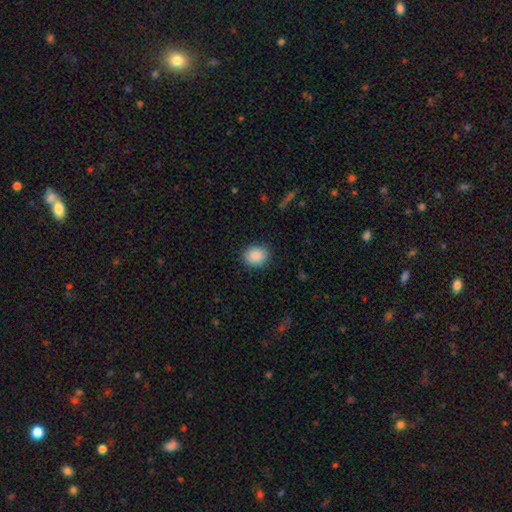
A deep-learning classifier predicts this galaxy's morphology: Smooth or featured: smooth — 89% (star or artifact — 8%)
How rounded: round — 60% (in between — 39%)
Merging: none — 88% (minor disturbance — 8%)